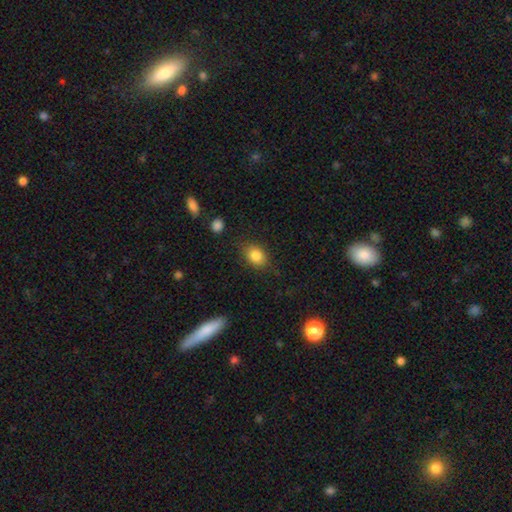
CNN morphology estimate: smooth-or-featured: smooth: 84% | star or artifact: 9% | featured or disk: 7%
  how-rounded: in between: 65% | round: 34% | cigar-shaped: 1%
  merging: none: 80% | minor disturbance: 14% | major disturbance: 4% | merger: 2%